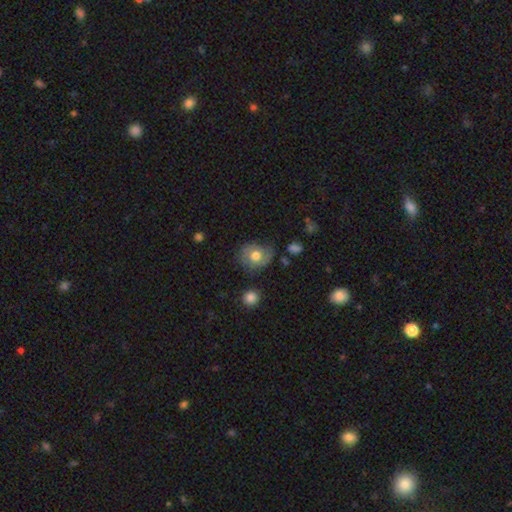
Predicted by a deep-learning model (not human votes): Smooth or featured? smooth (65%)
How rounded? round (62%)
Merging? none (62%)